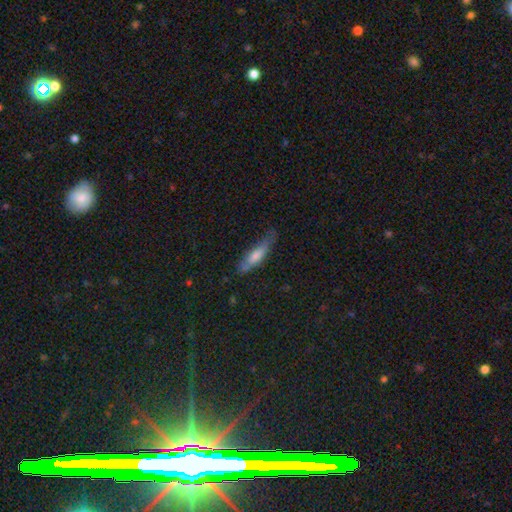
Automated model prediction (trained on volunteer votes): Overall: smooth (60%; featured or disk 32%). How rounded: cigar-shaped (73%). Merging: none (62%; minor disturbance 27%).